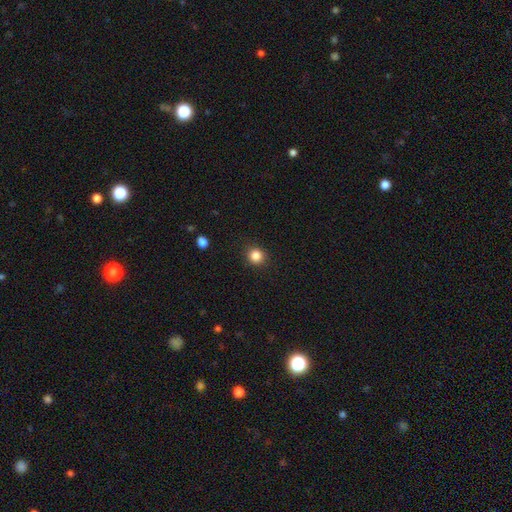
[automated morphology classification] smooth 84%, star or artifact 11%, featured or disk 4%. Down the decision tree: how rounded — round (90%); merging — none (90%).